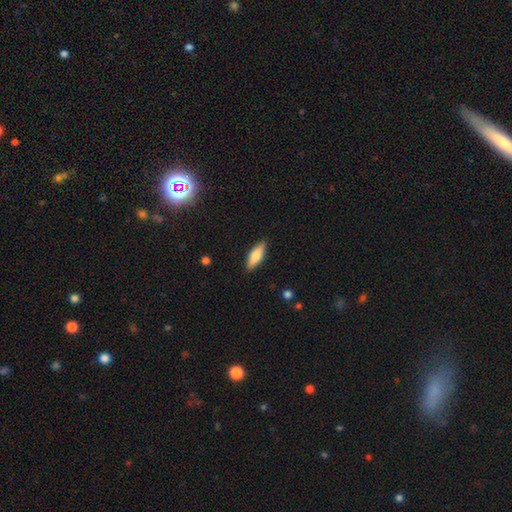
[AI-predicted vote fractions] smooth-or-featured: smooth: 73% | featured or disk: 21% | star or artifact: 6%
  how-rounded: in between: 63% | cigar-shaped: 35% | round: 2%
  merging: none: 88% | minor disturbance: 9% | major disturbance: 2% | merger: 1%